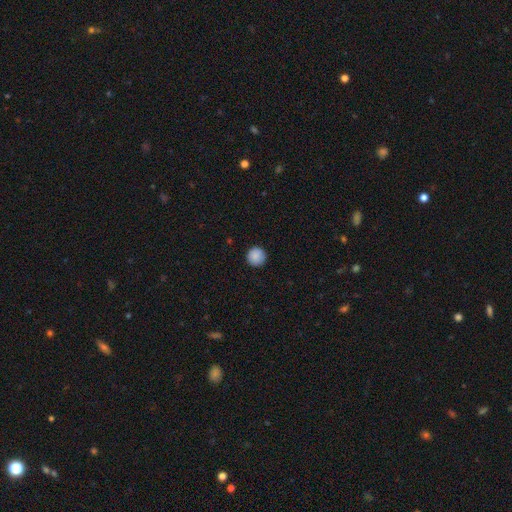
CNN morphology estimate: Smooth or featured? smooth (89%)
How rounded? round (96%)
Merging? none (92%)